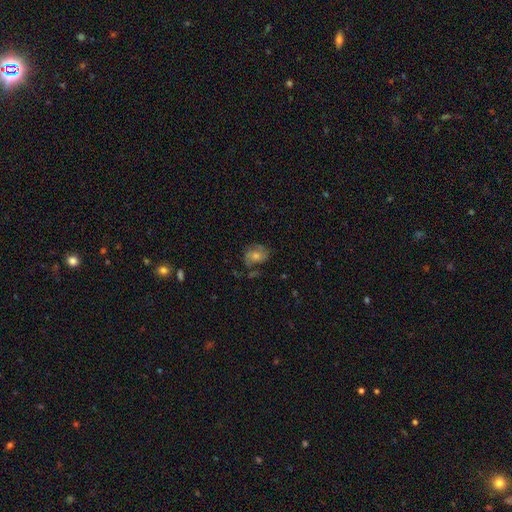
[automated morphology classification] Q: Smooth or featured?
A: featured or disk (52%); runner-up: smooth (32%)
Q: Edge-on disk?
A: no (96%); runner-up: yes (4%)
Q: Merging?
A: none (67%); runner-up: minor disturbance (19%)